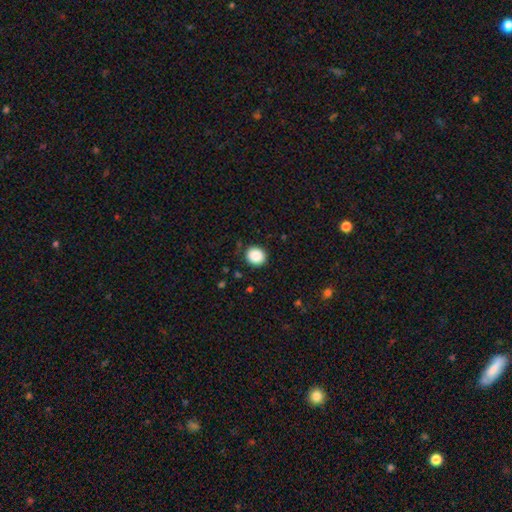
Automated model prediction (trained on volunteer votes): This appears to be a smooth galaxy with no disk features (88%) that is round (80%). Merging: none (89%).